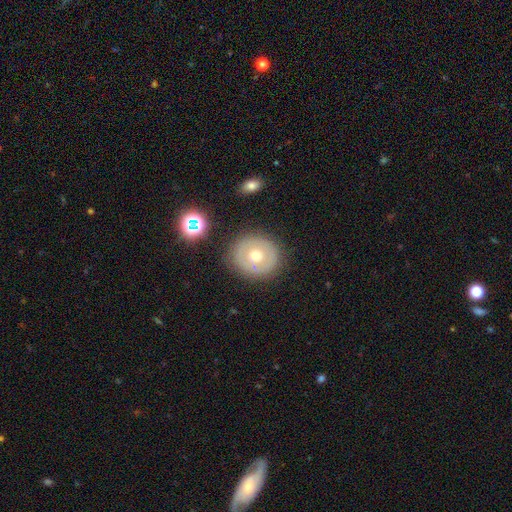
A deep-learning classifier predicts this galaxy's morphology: The model was most divided on "smooth or featured": smooth: 51%, featured or disk: 40%, star or artifact: 9%. More confident: how rounded — round (84%); merging — none (84%).